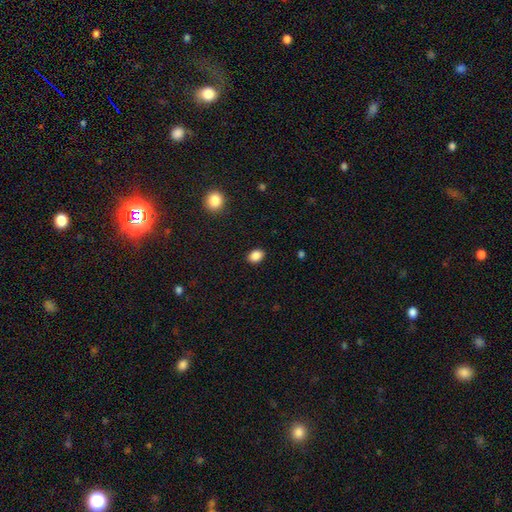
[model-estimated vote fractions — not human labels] This is clearly a smooth galaxy (88%). How rounded: likely in between (70%). Merging: clearly none (89%).